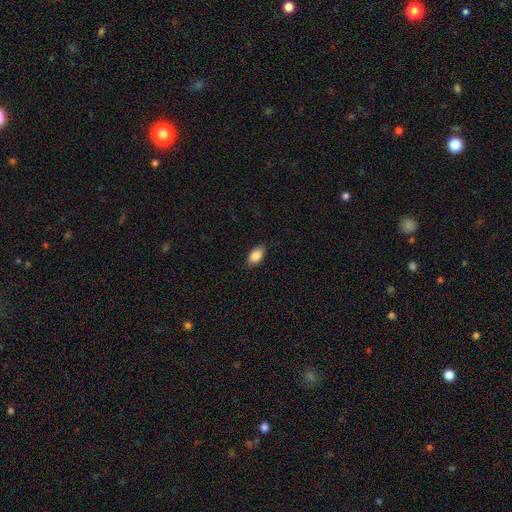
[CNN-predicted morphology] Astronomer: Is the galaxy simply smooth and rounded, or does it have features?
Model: smooth — 88%.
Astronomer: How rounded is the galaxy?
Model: in between — 92%.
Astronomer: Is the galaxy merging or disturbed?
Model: none — 84%.